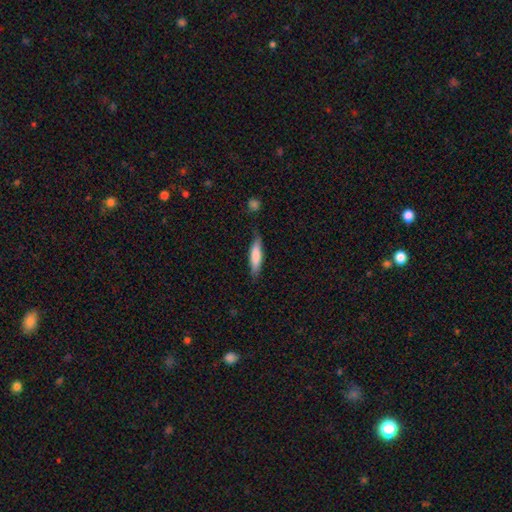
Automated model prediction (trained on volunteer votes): A smooth galaxy with no disk features (76%) that is cigar-shaped (76%).

Vote fractions:
- Smooth or featured? smooth: 76% / featured or disk: 18% / star or artifact: 6%
- How rounded? cigar-shaped: 76% / in between: 23% / round: 1%
- Merging? none: 79% / minor disturbance: 16% / major disturbance: 3% / merger: 2%